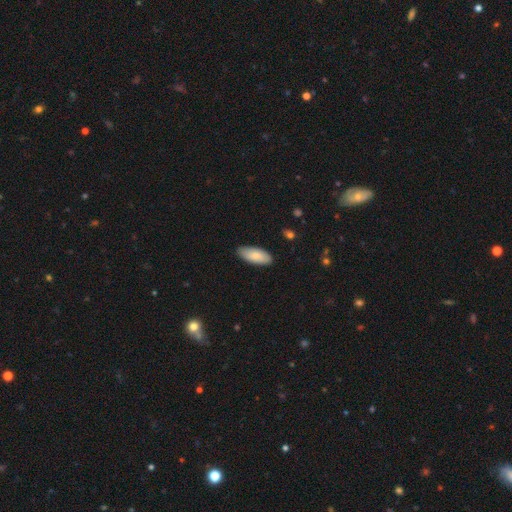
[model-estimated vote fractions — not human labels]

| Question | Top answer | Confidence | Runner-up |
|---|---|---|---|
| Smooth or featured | smooth | 82% | featured or disk (12%) |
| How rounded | in between | 86% | cigar-shaped (12%) |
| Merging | none | 86% | minor disturbance (11%) |